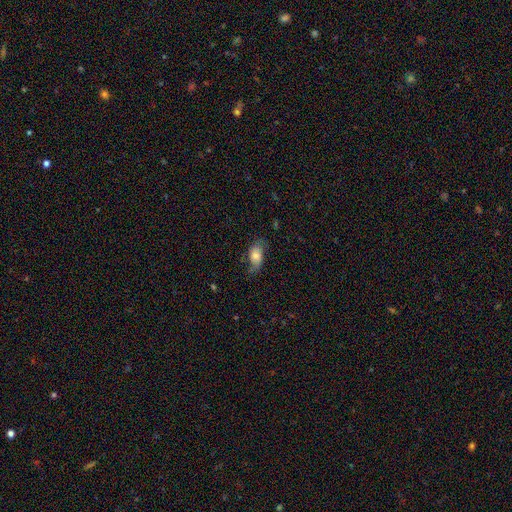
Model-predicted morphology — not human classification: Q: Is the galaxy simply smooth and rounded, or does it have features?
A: smooth — 63%.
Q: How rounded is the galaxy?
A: in between — 89%.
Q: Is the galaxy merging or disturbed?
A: none — 58%.